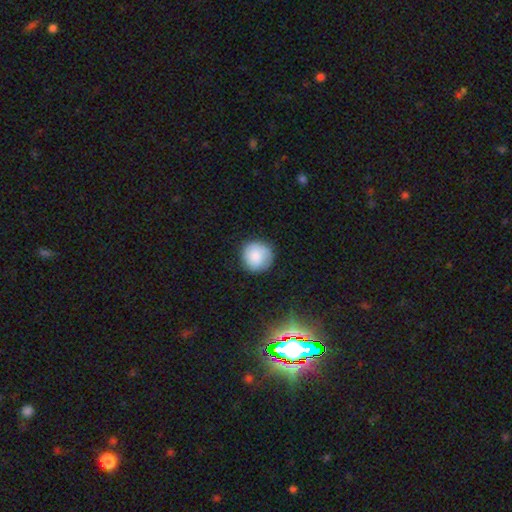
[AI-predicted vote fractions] A smooth galaxy with no disk features (82%) that is round (94%).

Vote fractions:
- Smooth or featured? smooth: 82% / featured or disk: 11% / star or artifact: 7%
- How rounded? round: 94% / in between: 5% / cigar-shaped: 1%
- Merging? none: 84% / minor disturbance: 12% / major disturbance: 3% / merger: 1%